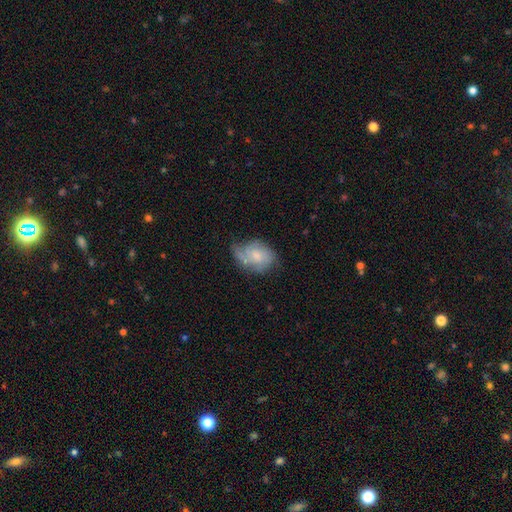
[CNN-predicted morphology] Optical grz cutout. It shows a featured or disk galaxy (54%) with no bar (73%), spiral arms (78%) and a small central bulge (47%). Merging: none (42%).